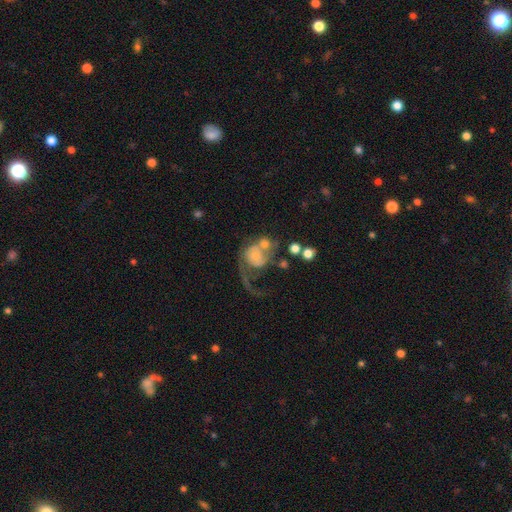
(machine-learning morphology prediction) A featured or disk galaxy (56%) with no bar (74%), spiral arms (71%) and a small central bulge (43%). Merging: major disturbance (41%).